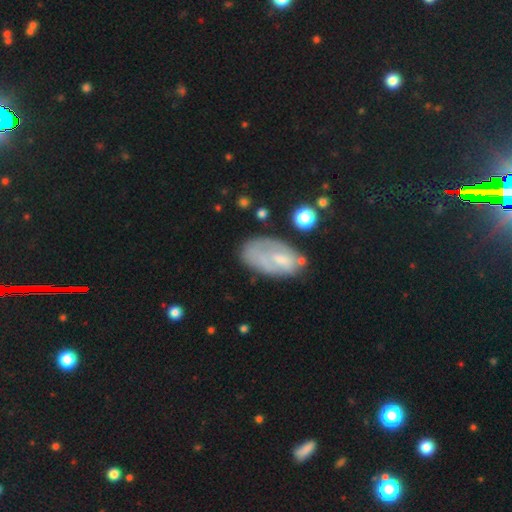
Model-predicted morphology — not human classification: This appears to be a smooth galaxy with no disk features (52%) that is in between round and cigar-shaped (92%). Merging: none (45%).